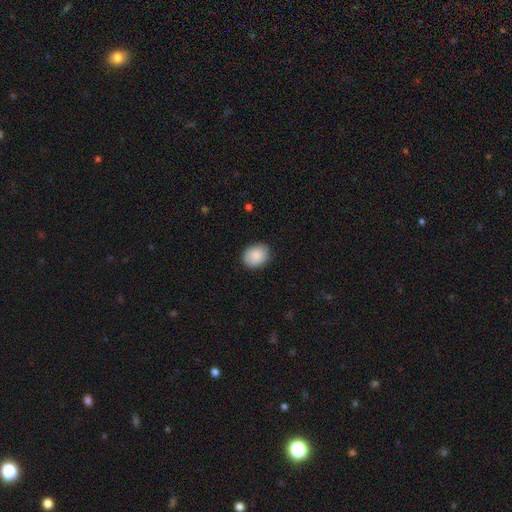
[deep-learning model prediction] smooth-or-featured: smooth: 89% | star or artifact: 7% | featured or disk: 4%
  how-rounded: in between: 52% | round: 47% | cigar-shaped: 1%
  merging: none: 85% | minor disturbance: 11% | major disturbance: 2% | merger: 1%